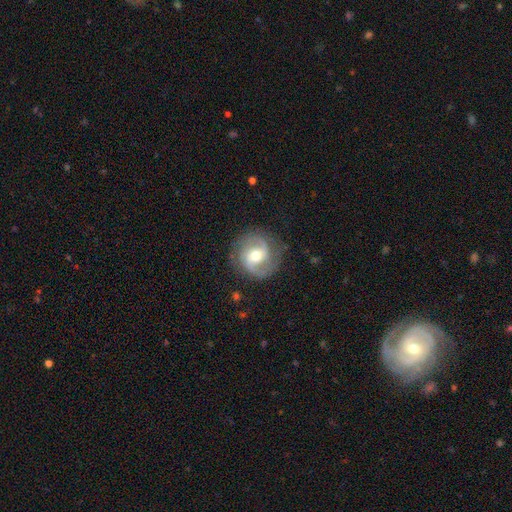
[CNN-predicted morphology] Smooth or featured? Predicted: featured or disk (p=0.86). Edge-on disk? Predicted: no (p=0.98). Bar? Predicted: weak (p=0.45). Spiral arms? Predicted: yes (p=0.97). Spiral winding? Predicted: medium (p=0.54). Spiral arm count? Predicted: 2 (p=0.89). Bulge size? Predicted: moderate (p=0.68). Merging? Predicted: none (p=0.82).